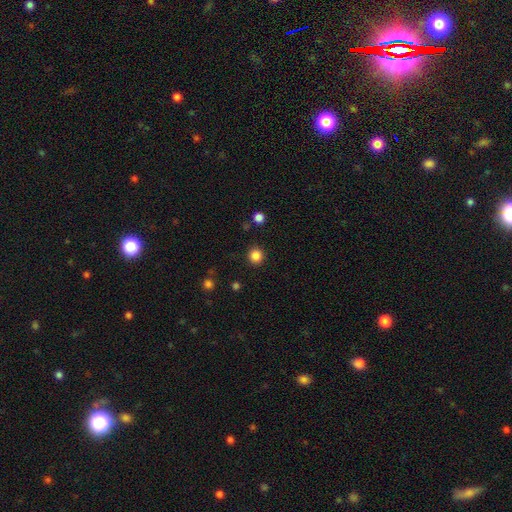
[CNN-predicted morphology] Smooth or featured? smooth (85%)
How rounded? round (93%)
Merging? none (91%)